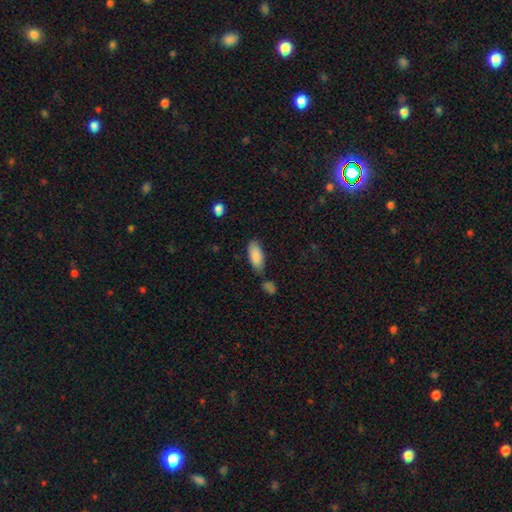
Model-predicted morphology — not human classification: Smooth or featured? smooth (88%)
How rounded? in between (82%)
Merging? none (69%)